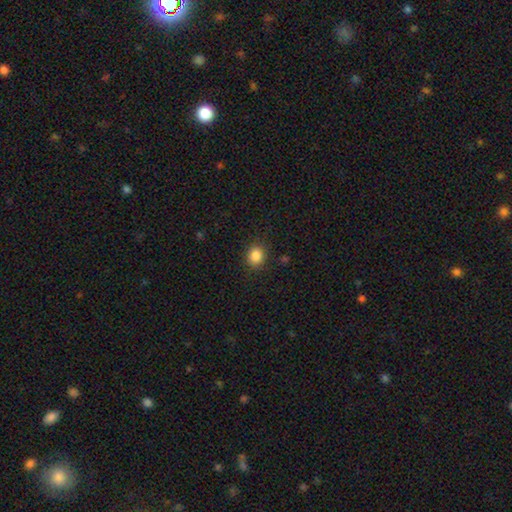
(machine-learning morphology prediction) Smooth or featured: smooth — 86% (star or artifact — 10%)
How rounded: round — 73% (in between — 26%)
Merging: none — 88% (minor disturbance — 8%)